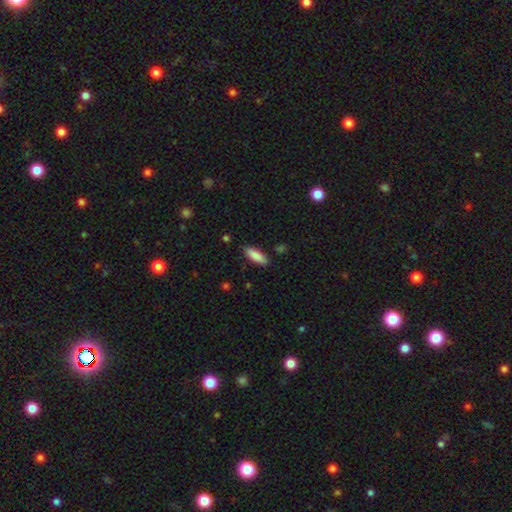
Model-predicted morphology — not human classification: A smooth galaxy with no disk features (87%) that is in between round and cigar-shaped (63%). Merging: none (83%).